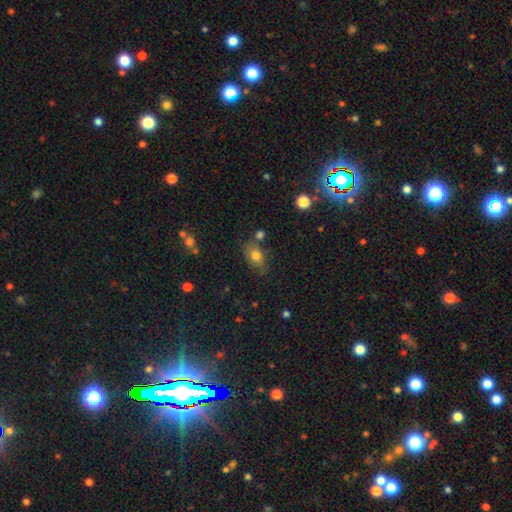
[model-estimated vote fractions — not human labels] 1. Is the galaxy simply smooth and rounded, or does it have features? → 77% smooth, 13% featured or disk, 10% star or artifact.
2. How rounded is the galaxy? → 79% in between, 19% round, 2% cigar-shaped.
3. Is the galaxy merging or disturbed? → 67% none, 19% minor disturbance, 9% merger, 5% major disturbance.